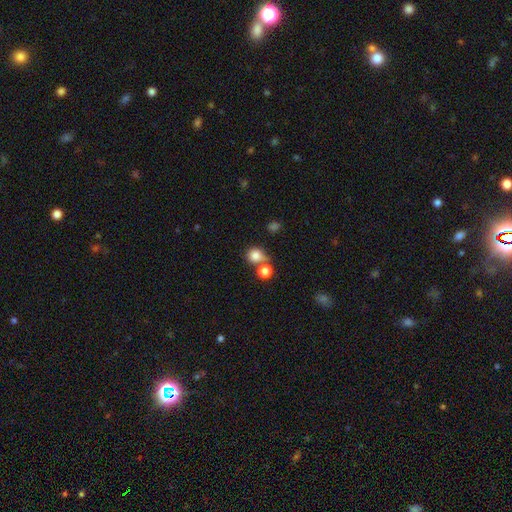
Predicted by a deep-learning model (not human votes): Morphology: type=smooth (82%); roundness=round (81%); merging=none (55%).